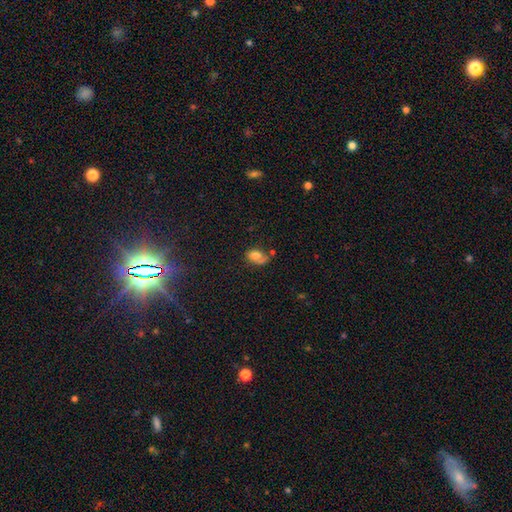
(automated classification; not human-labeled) A smooth galaxy with no disk features (70%) that is in between round and cigar-shaped (75%). Merging: none (38%).